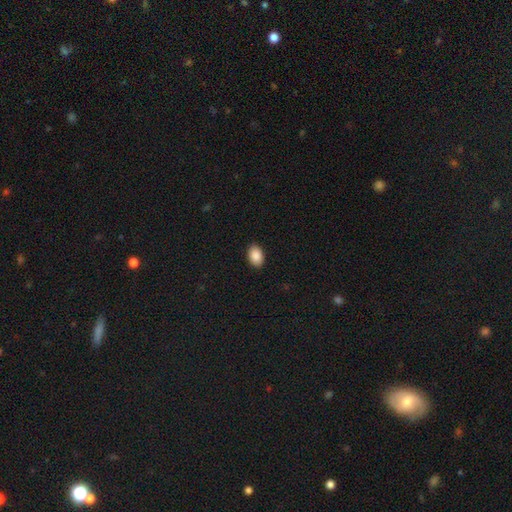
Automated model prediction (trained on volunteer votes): This appears to be a smooth galaxy with no disk features (89%) that is in between round and cigar-shaped (88%). Merging: none (90%).